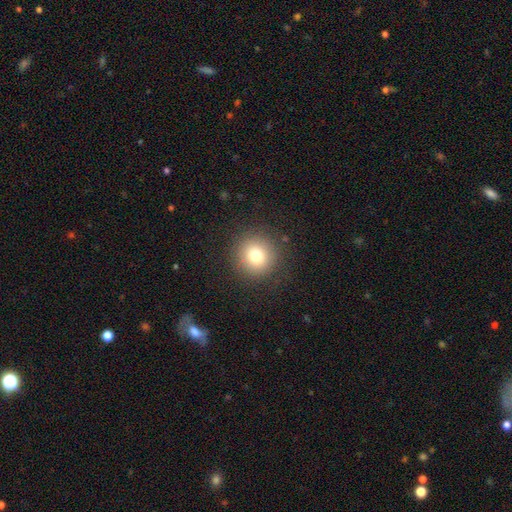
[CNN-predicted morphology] Overall: smooth (76%). How rounded: round (93%). Merging: none (89%).